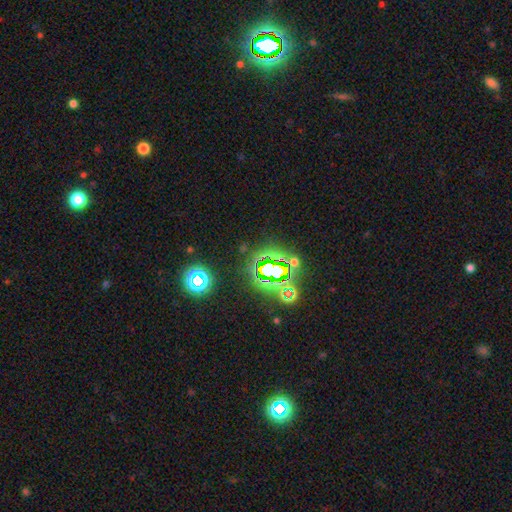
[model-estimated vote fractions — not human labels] Overall: star or artifact (75%).